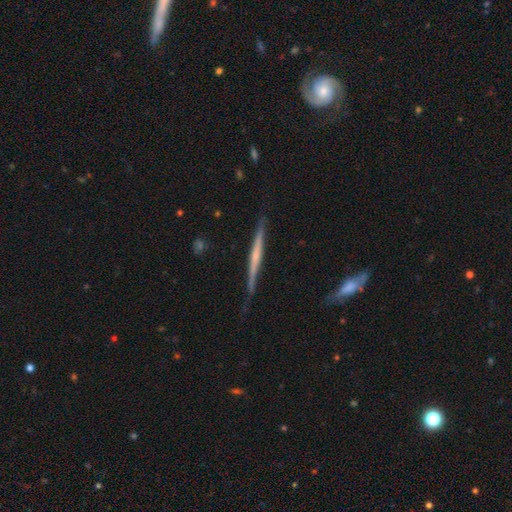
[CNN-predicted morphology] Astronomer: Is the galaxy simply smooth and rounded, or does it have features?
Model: featured or disk — 65%.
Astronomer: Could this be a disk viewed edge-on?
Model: yes — 97%.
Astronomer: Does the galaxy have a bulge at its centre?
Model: none — 55% (runner-up: rounded, 34%).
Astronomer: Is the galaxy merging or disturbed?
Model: none — 81%.